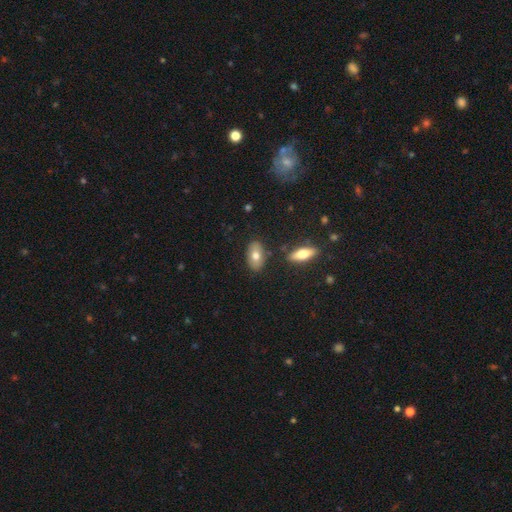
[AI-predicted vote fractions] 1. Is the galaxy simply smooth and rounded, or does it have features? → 71% smooth, 22% featured or disk, 7% star or artifact.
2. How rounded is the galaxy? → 91% in between, 5% round, 4% cigar-shaped.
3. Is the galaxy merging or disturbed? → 82% none, 11% minor disturbance, 4% merger, 3% major disturbance.